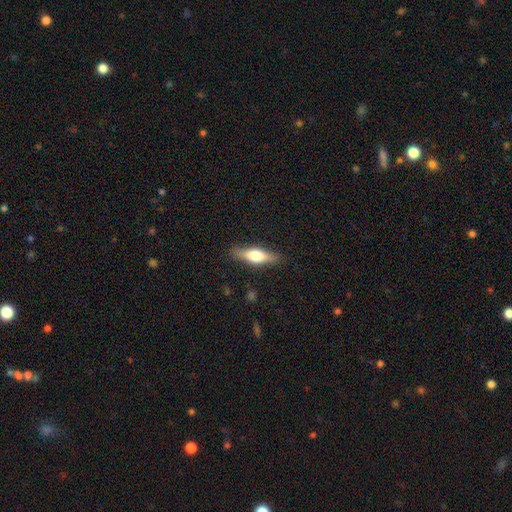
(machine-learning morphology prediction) type=smooth (51%); roundness=cigar-shaped (54%); merging=none (85%).